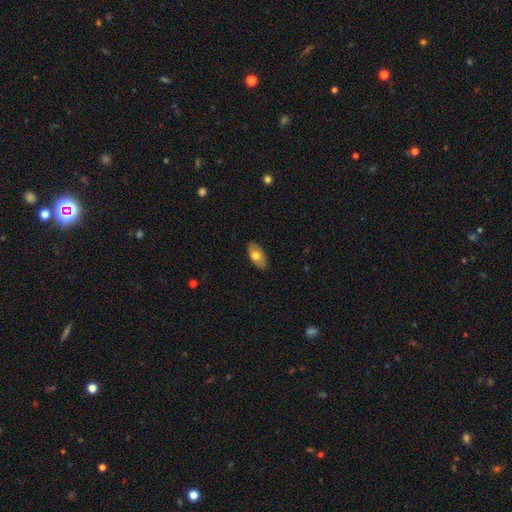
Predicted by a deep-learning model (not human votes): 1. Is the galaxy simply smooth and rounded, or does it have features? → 66% smooth, 28% featured or disk, 6% star or artifact.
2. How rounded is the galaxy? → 92% in between, 4% round, 4% cigar-shaped.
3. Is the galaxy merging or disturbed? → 85% none, 12% minor disturbance, 2% major disturbance, 1% merger.